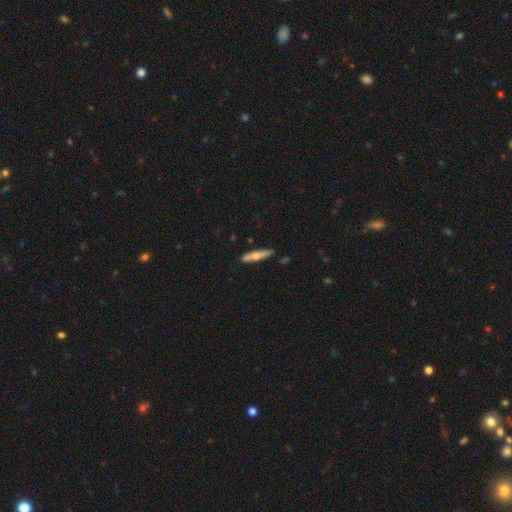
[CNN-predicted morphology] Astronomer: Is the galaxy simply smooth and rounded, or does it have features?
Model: smooth — 50% (runner-up: featured or disk, 45%).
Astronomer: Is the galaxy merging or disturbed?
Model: none — 82%.